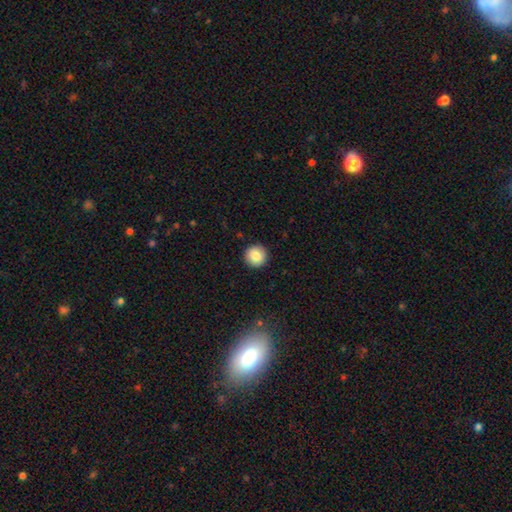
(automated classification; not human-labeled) smooth 86%, star or artifact 8%, featured or disk 6%. Down the decision tree: how rounded — round (95%); merging — none (92%).